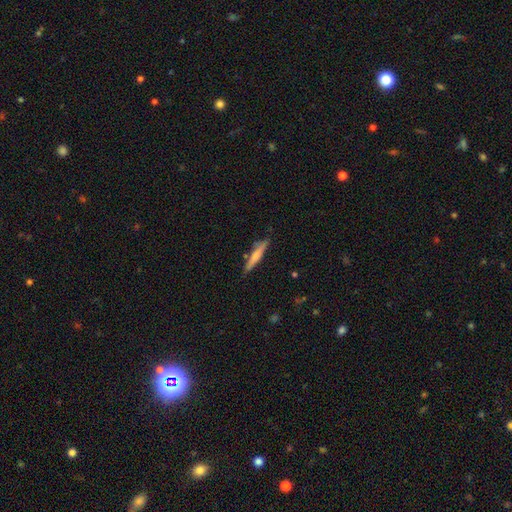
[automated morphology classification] A smooth galaxy with no disk features (61%) that is cigar-shaped (91%). Merging: none (80%).